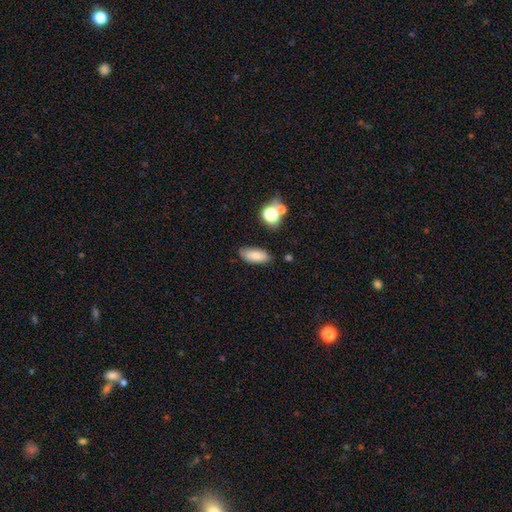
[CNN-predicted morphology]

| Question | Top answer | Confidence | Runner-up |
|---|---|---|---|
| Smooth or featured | smooth | 76% | featured or disk (14%) |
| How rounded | in between | 82% | cigar-shaped (14%) |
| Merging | none | 77% | minor disturbance (16%) |